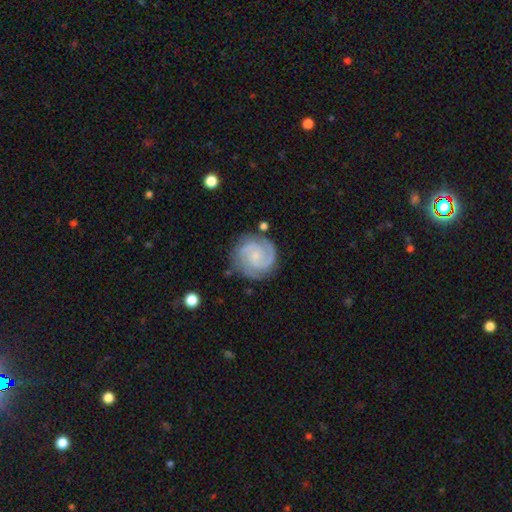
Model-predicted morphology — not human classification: Smooth or featured? featured or disk (88%)
Edge-on disk? no (98%)
Bar? no (64%)
Spiral arms? yes (98%)
Spiral winding? tight (64%)
Spiral arm count? 2 (72%)
Bulge size? small (71%)
Merging? none (81%)